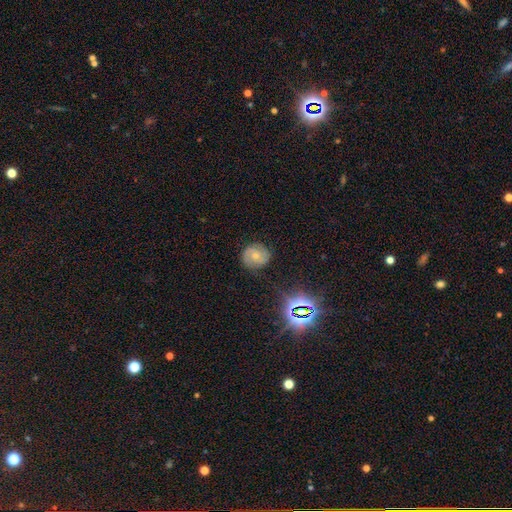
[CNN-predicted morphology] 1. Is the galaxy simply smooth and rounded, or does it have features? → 48% featured or disk, 37% smooth, 14% star or artifact.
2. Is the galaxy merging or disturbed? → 79% none, 16% minor disturbance, 5% major disturbance, 1% merger.